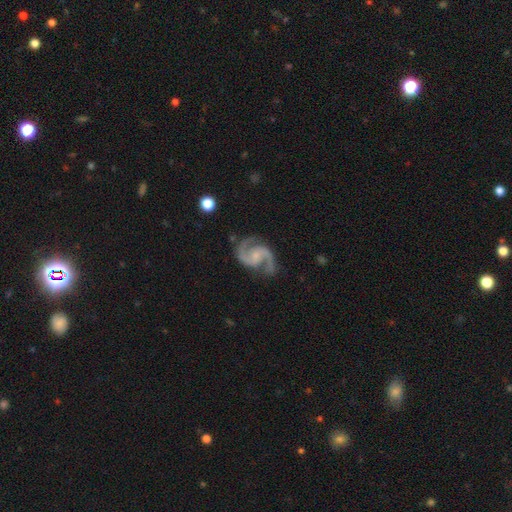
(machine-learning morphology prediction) This is clearly a featured or disk galaxy (93%). It is clearly not viewed edge-on (98%). Bar: possibly no (52%). Spiral arm pattern: clearly yes (98%). Spiral arm count: clearly 2 (94%). Spiral winding: likely medium (62%). Central bulge: possibly small (54%). Merging: likely none (77%).